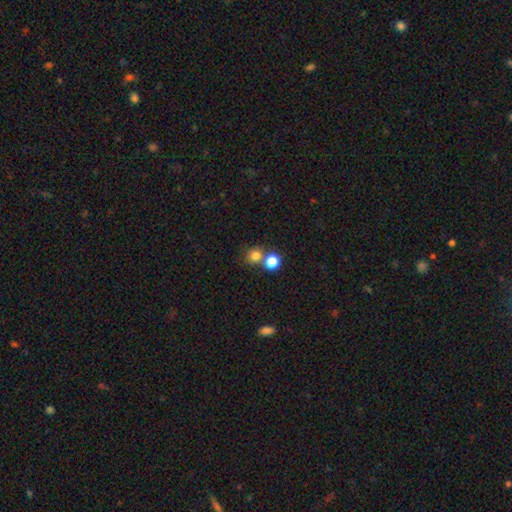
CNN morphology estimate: The model was most divided on "merging": none: 59%, merger: 31%, minor disturbance: 7%, major disturbance: 3%. More confident: how rounded — round (85%); smooth or featured — smooth (79%).